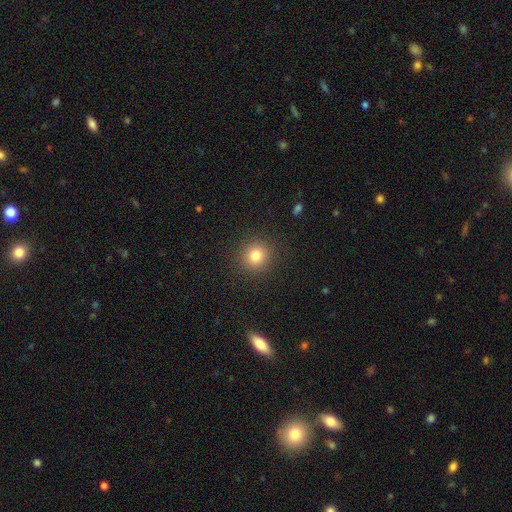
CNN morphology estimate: Smooth or featured? smooth (81%)
How rounded? round (92%)
Merging? none (91%)